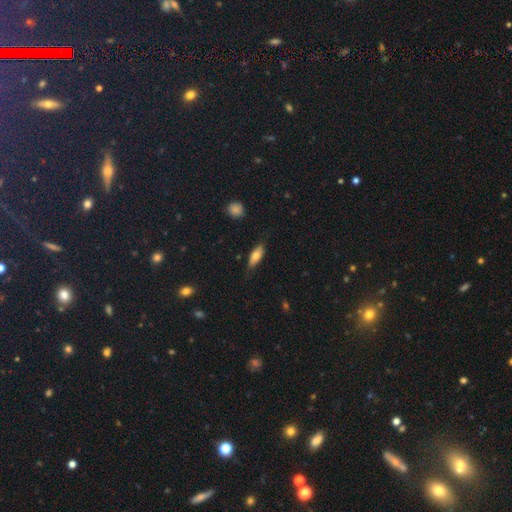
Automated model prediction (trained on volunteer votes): A smooth galaxy with no disk features (71%) that is in between round and cigar-shaped (66%).

Vote fractions:
- Smooth or featured? smooth: 71% / featured or disk: 22% / star or artifact: 7%
- How rounded? in between: 66% / cigar-shaped: 32% / round: 3%
- Merging? none: 72% / minor disturbance: 22% / major disturbance: 4% / merger: 2%